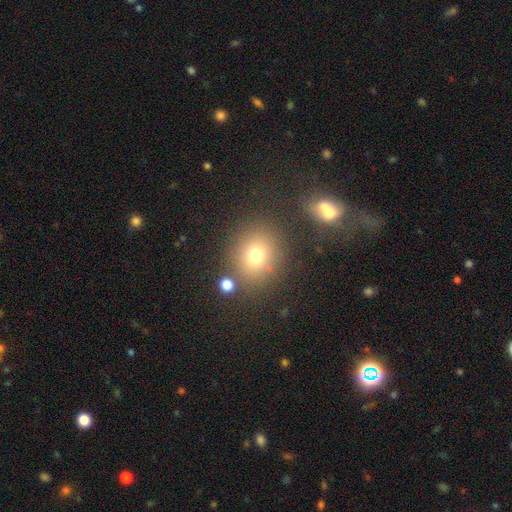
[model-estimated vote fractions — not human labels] smooth_or_featured: smooth (p=0.74) [alt: star or artifact p=0.16]
how_rounded: round (p=0.74) [alt: in between p=0.25]
merging: none (p=0.78) [alt: minor disturbance p=0.10]